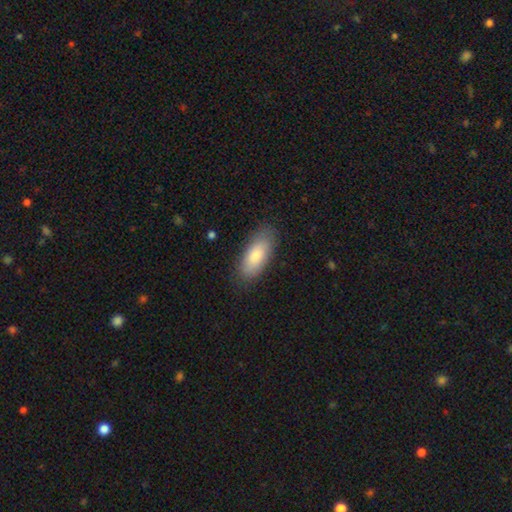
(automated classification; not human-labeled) smooth-or-featured: smooth: 82% | featured or disk: 12% | star or artifact: 6%
  how-rounded: in between: 84% | cigar-shaped: 14% | round: 2%
  merging: none: 81% | minor disturbance: 14% | major disturbance: 3% | merger: 1%